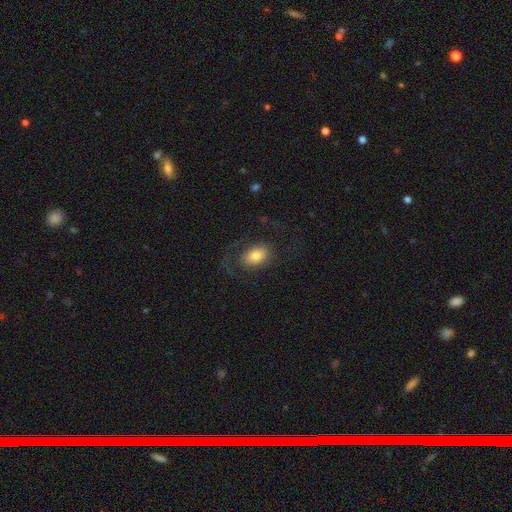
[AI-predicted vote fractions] Smooth or featured?
  - smooth: 66% *
  - featured or disk: 26%
  - star or artifact: 8%
How rounded?
  - in between: 87% *
  - round: 12%
  - cigar-shaped: 1%
Merging?
  - none: 57% *
  - major disturbance: 25%
  - minor disturbance: 16%
  - merger: 2%